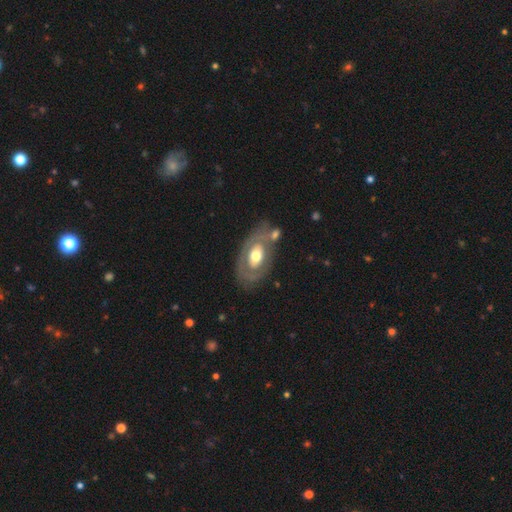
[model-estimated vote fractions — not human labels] Smooth or featured: featured or disk — 63% (smooth — 31%)
Edge-on disk: no — 92% (yes — 8%)
Bar: no — 81% (weak — 14%)
Spiral arms: no — 68% (yes — 32%)
Bulge size: moderate — 62% (large — 29%)
Merging: none — 62% (minor disturbance — 19%)